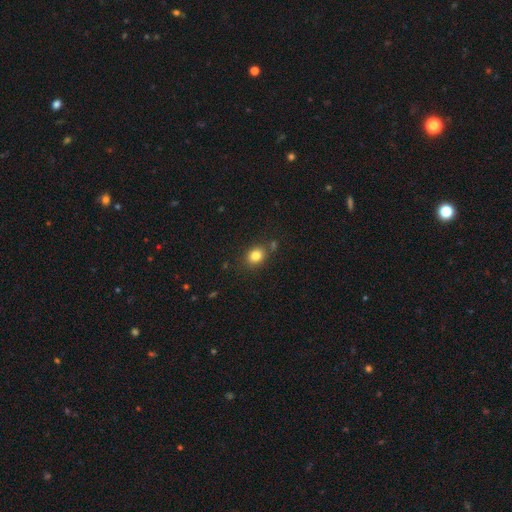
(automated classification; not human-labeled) smooth_or_featured: smooth (p=0.82) [alt: star or artifact p=0.11]
how_rounded: round (p=0.51) [alt: in between p=0.48]
merging: none (p=0.79) [alt: minor disturbance p=0.11]